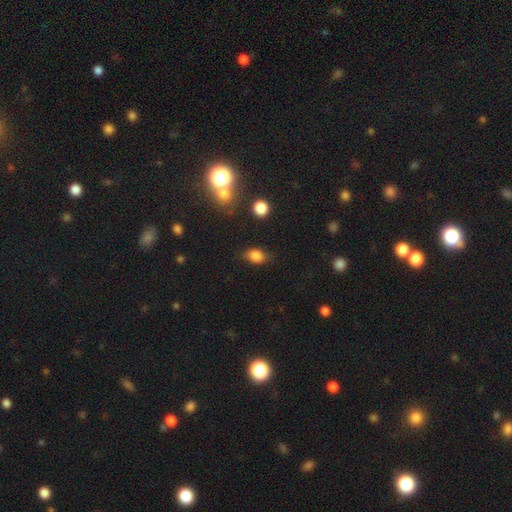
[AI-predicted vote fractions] A smooth galaxy with no disk features (84%) that is in between round and cigar-shaped (78%). Merging: none (78%).